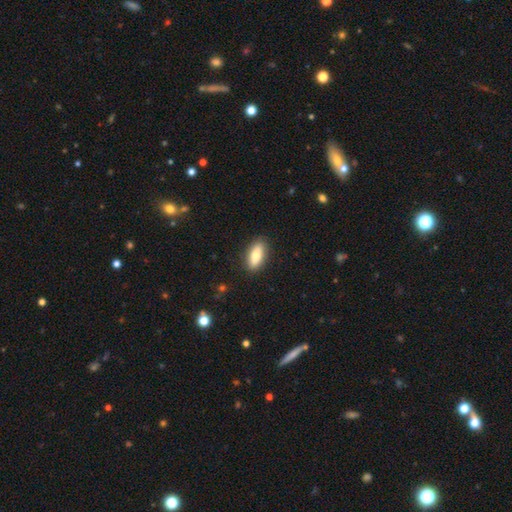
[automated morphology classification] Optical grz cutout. It shows a smooth galaxy with no disk features (77%) that is in between round and cigar-shaped (80%). Merging: none (88%).